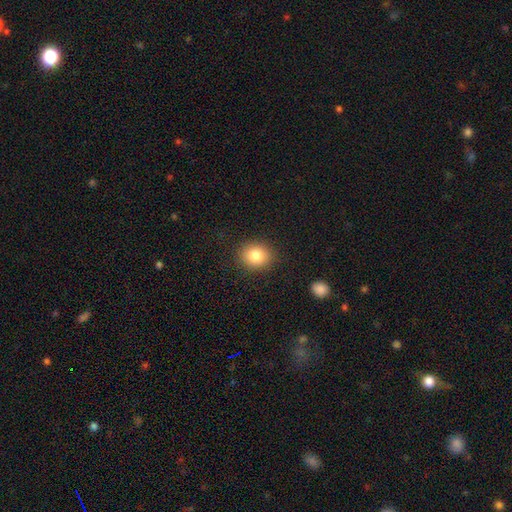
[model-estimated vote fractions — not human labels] Smooth or featured: smooth — 82% (star or artifact — 10%)
How rounded: round — 71% (in between — 28%)
Merging: none — 89% (minor disturbance — 7%)